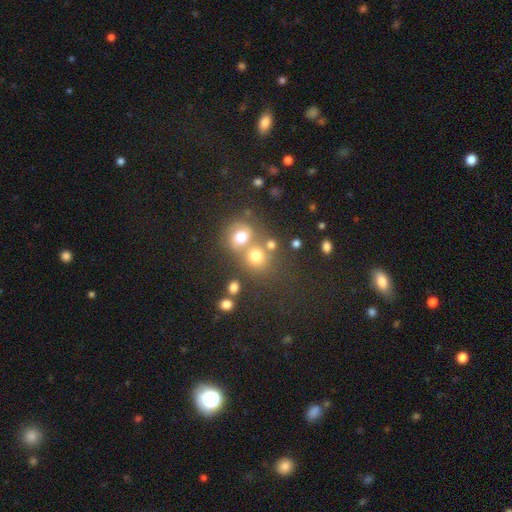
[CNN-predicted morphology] A smooth galaxy with no disk features (69%) that is round (78%).

Vote fractions:
- Smooth or featured? smooth: 69% / star or artifact: 17% / featured or disk: 14%
- How rounded? round: 78% / in between: 21% / cigar-shaped: 1%
- Merging? none: 45% / merger: 42% / minor disturbance: 8% / major disturbance: 5%